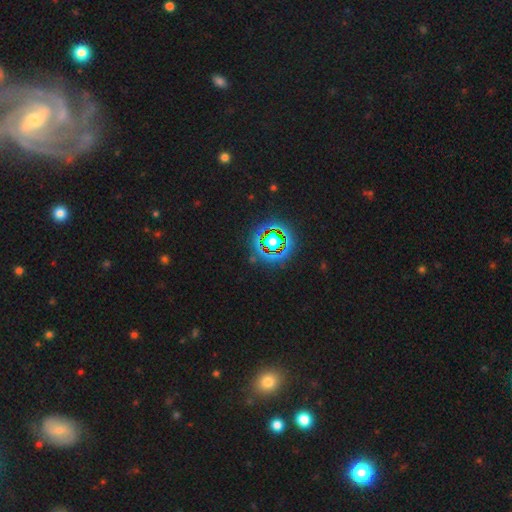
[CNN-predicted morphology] Smooth or featured? star or artifact (75%)